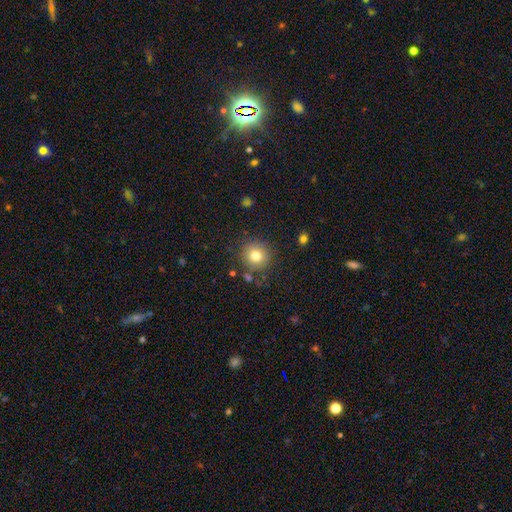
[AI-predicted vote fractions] The model was most divided on "smooth or featured": smooth: 79%, star or artifact: 12%, featured or disk: 9%. More confident: how rounded — round (91%); merging — none (84%).